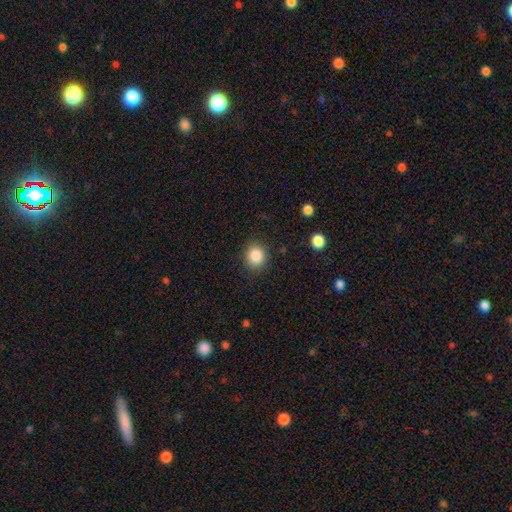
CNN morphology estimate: Smooth or featured: smooth — 85% (star or artifact — 10%)
How rounded: round — 81% (in between — 18%)
Merging: none — 87% (minor disturbance — 8%)